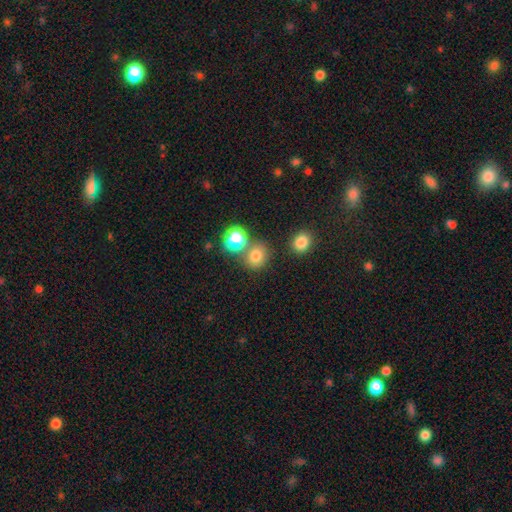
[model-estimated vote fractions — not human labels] Smooth or featured?
  - smooth: 75% *
  - star or artifact: 18%
  - featured or disk: 7%
How rounded?
  - round: 74% *
  - in between: 25%
  - cigar-shaped: 1%
Merging?
  - none: 70% *
  - merger: 17%
  - minor disturbance: 10%
  - major disturbance: 4%